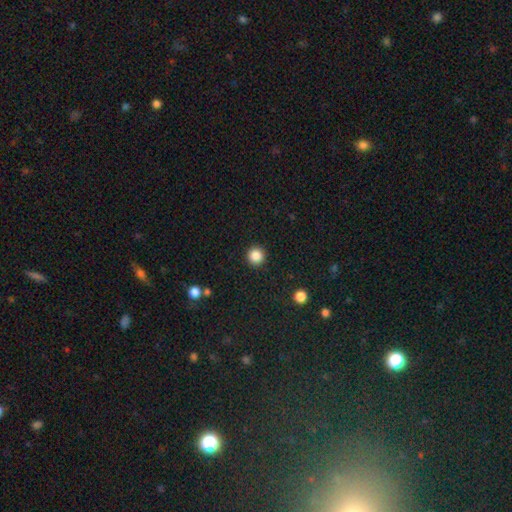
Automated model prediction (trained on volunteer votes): Smooth or featured? smooth (86%)
How rounded? round (96%)
Merging? none (93%)